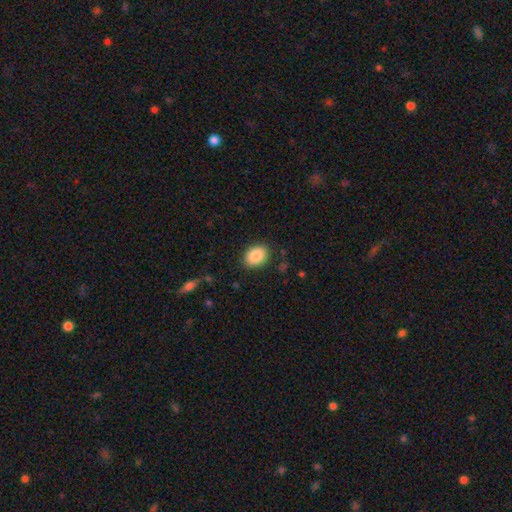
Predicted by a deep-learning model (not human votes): The model was most divided on "how rounded": in between: 68%, round: 31%, cigar-shaped: 1%. More confident: merging — none (87%); smooth or featured — smooth (87%).